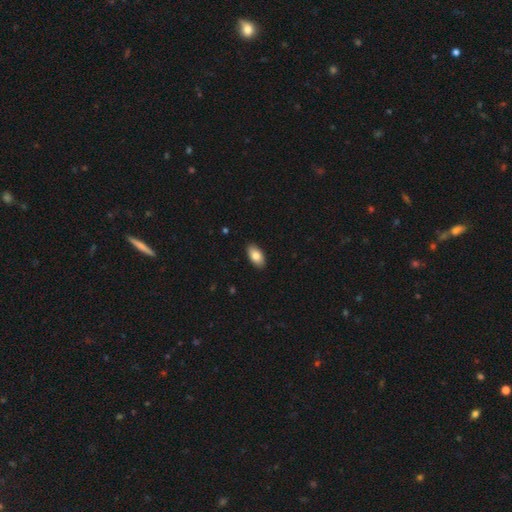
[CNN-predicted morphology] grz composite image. It shows a smooth galaxy with no disk features (82%) that is in between round and cigar-shaped (94%). Merging: none (90%).